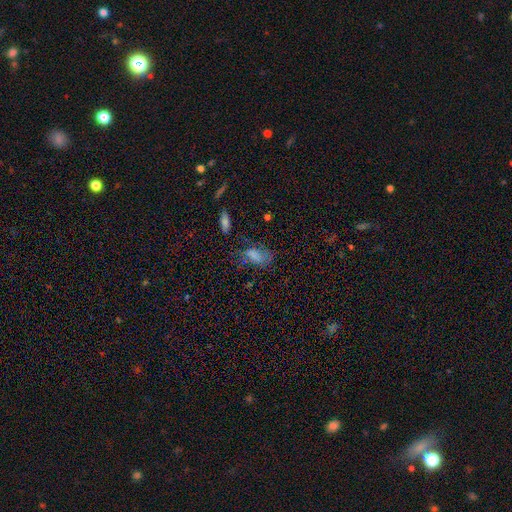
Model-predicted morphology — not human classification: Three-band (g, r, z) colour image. It shows a smooth galaxy with no disk features (68%) that is in between round and cigar-shaped (88%). Merging: none (43%).